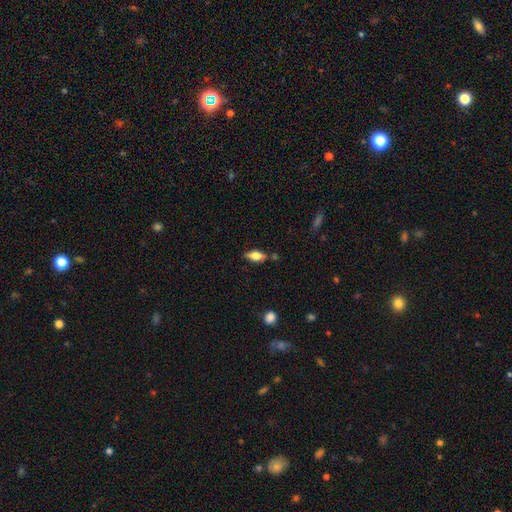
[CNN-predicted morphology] Smooth or featured: smooth — 57% (featured or disk — 35%)
How rounded: in between — 78% (cigar-shaped — 18%)
Merging: none — 74% (minor disturbance — 16%)